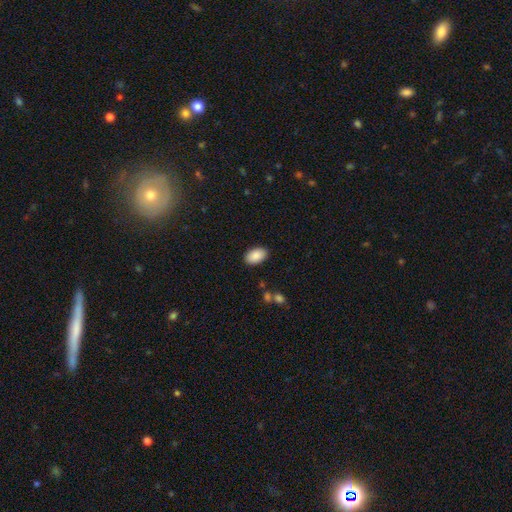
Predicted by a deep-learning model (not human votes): smooth-or-featured: smooth: 90% | star or artifact: 7% | featured or disk: 4%
  how-rounded: in between: 93% | round: 6% | cigar-shaped: 1%
  merging: none: 88% | minor disturbance: 8% | major disturbance: 2% | merger: 1%